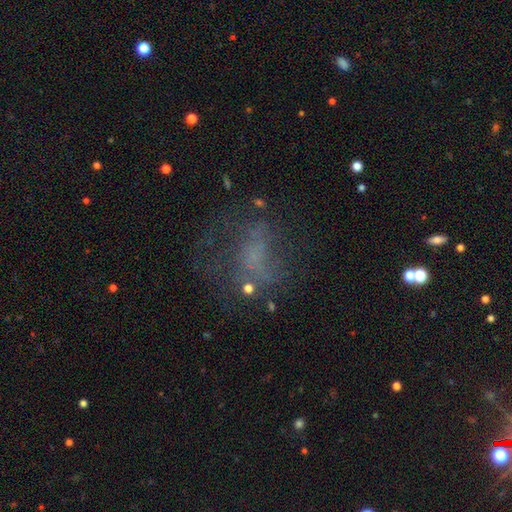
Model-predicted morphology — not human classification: A featured or disk galaxy (39%).

Vote fractions:
- Smooth or featured? featured or disk: 39% / smooth: 31% / star or artifact: 30%
- Merging? none: 49% / major disturbance: 29% / minor disturbance: 18% / merger: 4%